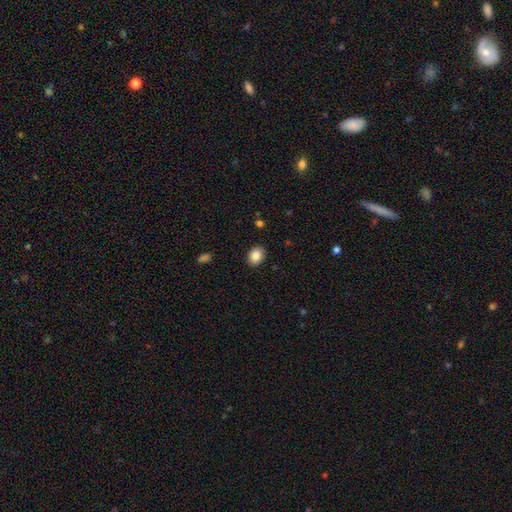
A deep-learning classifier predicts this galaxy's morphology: smooth-or-featured: smooth: 86% | star or artifact: 8% | featured or disk: 6%
  how-rounded: in between: 61% | round: 38% | cigar-shaped: 1%
  merging: none: 90% | minor disturbance: 7% | major disturbance: 2% | merger: 1%